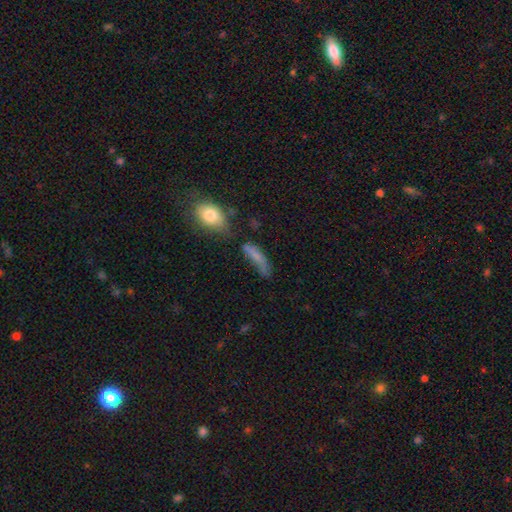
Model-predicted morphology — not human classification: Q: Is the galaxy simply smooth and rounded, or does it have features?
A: smooth — 66%.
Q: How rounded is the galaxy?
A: cigar-shaped — 56%.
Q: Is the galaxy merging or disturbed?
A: none — 37%.